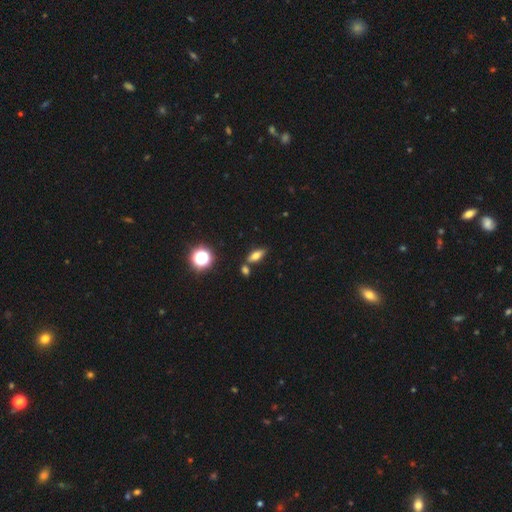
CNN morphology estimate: Smooth or featured: smooth — 65% (featured or disk — 21%)
How rounded: in between — 69% (cigar-shaped — 24%)
Merging: none — 72% (merger — 14%)